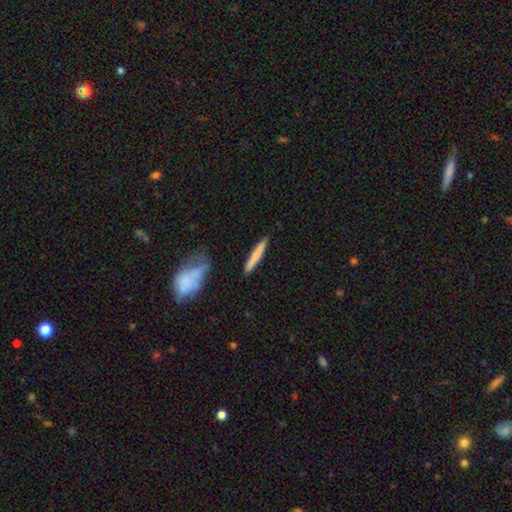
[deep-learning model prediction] Morphology: type=smooth (69%); roundness=cigar-shaped (94%); merging=none (86%).